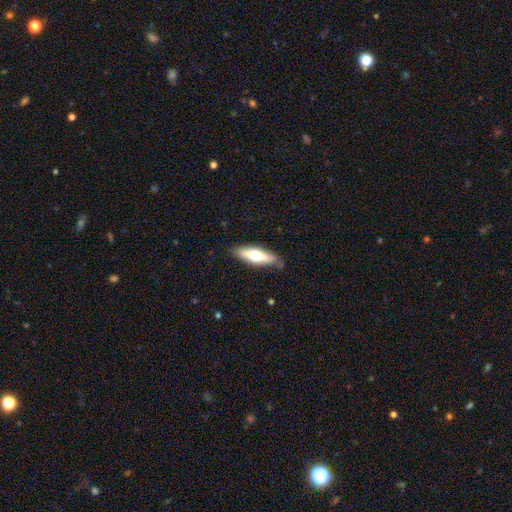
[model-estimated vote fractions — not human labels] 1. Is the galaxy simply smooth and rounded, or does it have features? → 58% smooth, 36% featured or disk, 6% star or artifact.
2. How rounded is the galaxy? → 52% cigar-shaped, 46% in between, 2% round.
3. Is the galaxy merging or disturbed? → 83% none, 13% minor disturbance, 3% major disturbance, 1% merger.